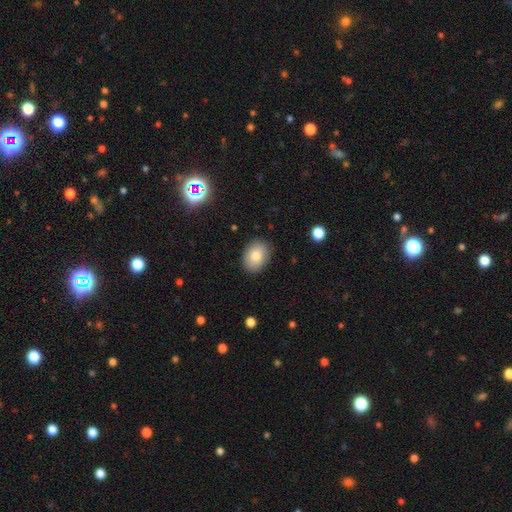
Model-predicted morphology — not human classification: This appears to be a smooth galaxy with no disk features (81%) that is in between round and cigar-shaped (73%). Merging: none (86%).